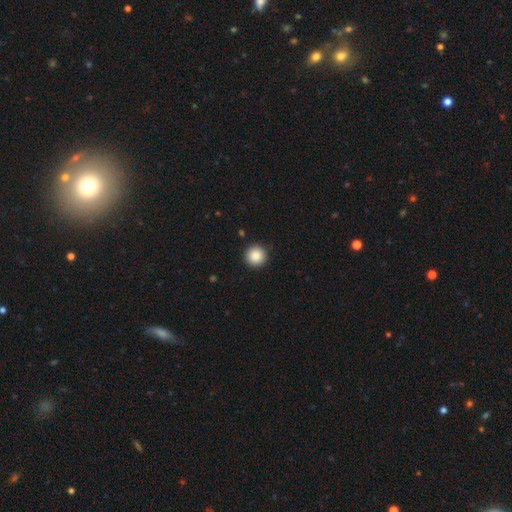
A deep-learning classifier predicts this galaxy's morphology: Smooth or featured? smooth (88%)
How rounded? round (96%)
Merging? none (92%)